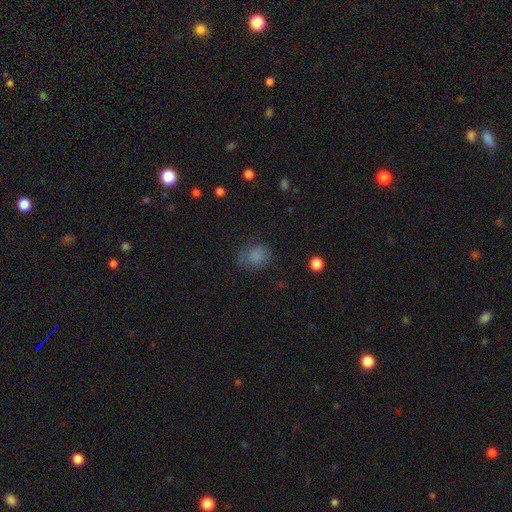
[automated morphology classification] Smooth or featured? smooth (80%)
How rounded? round (51%)
Merging? none (69%)